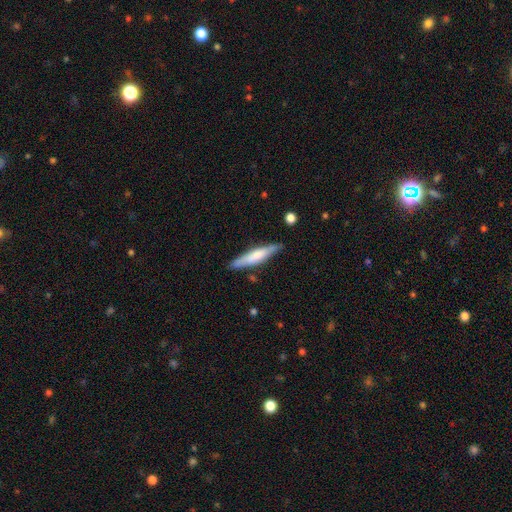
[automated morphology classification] smooth_or_featured: smooth (p=0.57) [alt: featured or disk p=0.38]
how_rounded: cigar-shaped (p=0.88) [alt: in between p=0.11]
merging: none (p=0.85) [alt: minor disturbance p=0.11]